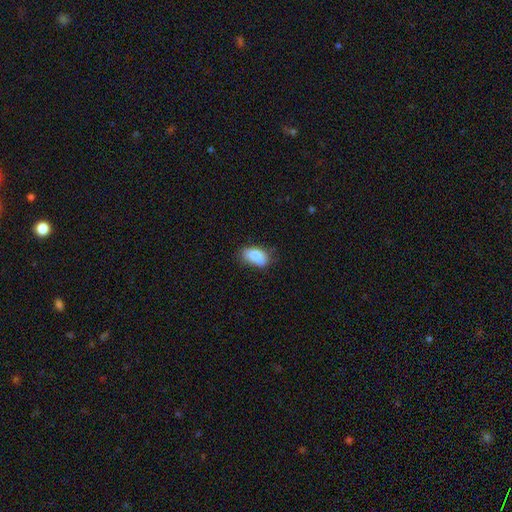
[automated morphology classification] This is clearly a smooth galaxy (85%). How rounded: clearly in between (92%). Merging: likely none (69%).